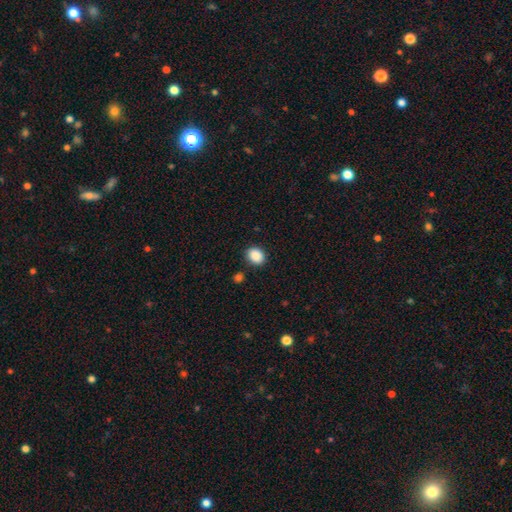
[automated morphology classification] smooth_or_featured: smooth (p=0.89) [alt: star or artifact p=0.08]
how_rounded: round (p=0.58) [alt: in between p=0.41]
merging: none (p=0.85) [alt: minor disturbance p=0.09]